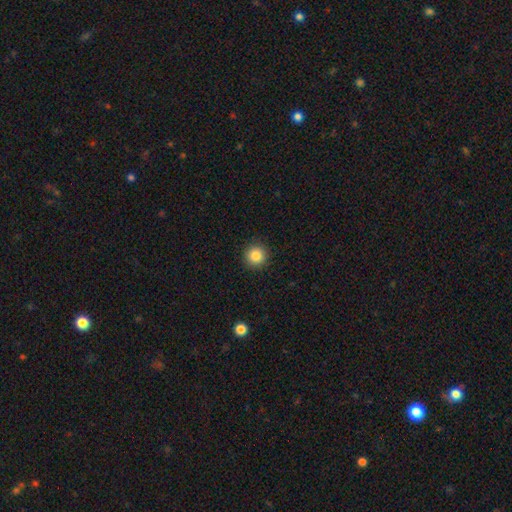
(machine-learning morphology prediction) Smooth or featured?
  - smooth: 85% *
  - star or artifact: 10%
  - featured or disk: 5%
How rounded?
  - round: 95% *
  - in between: 4%
  - cigar-shaped: 1%
Merging?
  - none: 92% *
  - minor disturbance: 5%
  - major disturbance: 2%
  - merger: 1%